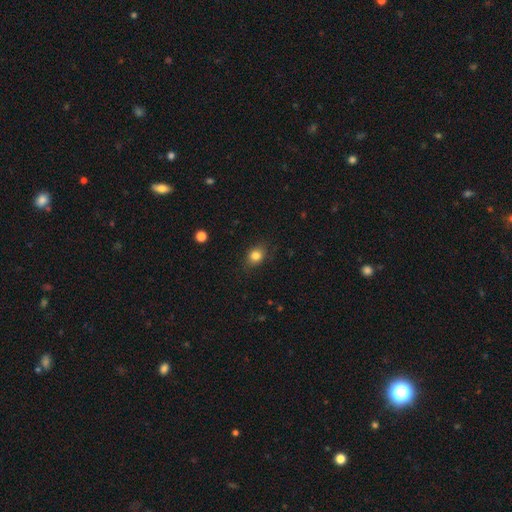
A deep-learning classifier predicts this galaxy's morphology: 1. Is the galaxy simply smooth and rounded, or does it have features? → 82% smooth, 11% star or artifact, 7% featured or disk.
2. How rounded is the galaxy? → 51% in between, 48% round, 1% cigar-shaped.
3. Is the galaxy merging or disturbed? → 83% none, 13% minor disturbance, 3% major disturbance, 1% merger.